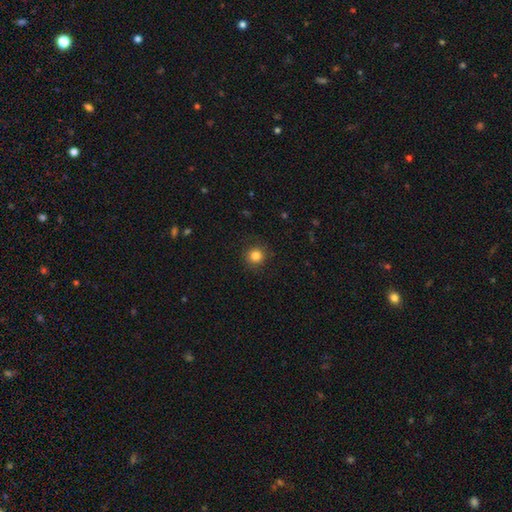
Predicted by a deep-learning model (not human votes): Smooth or featured? smooth (83%)
How rounded? round (93%)
Merging? none (88%)